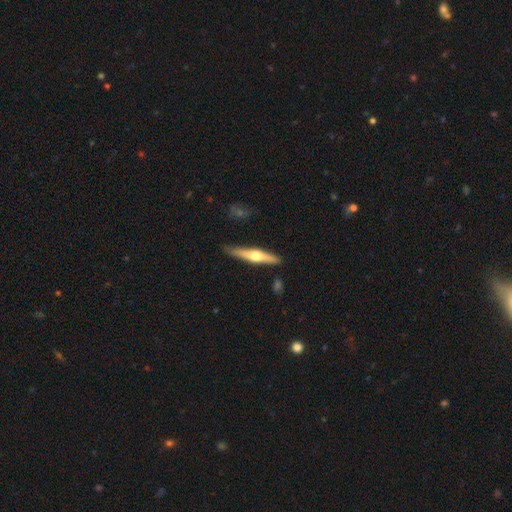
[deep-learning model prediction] A featured or disk galaxy (63%) viewed edge-on (96%) with a rounded central bulge (93%). Merging: none (85%).